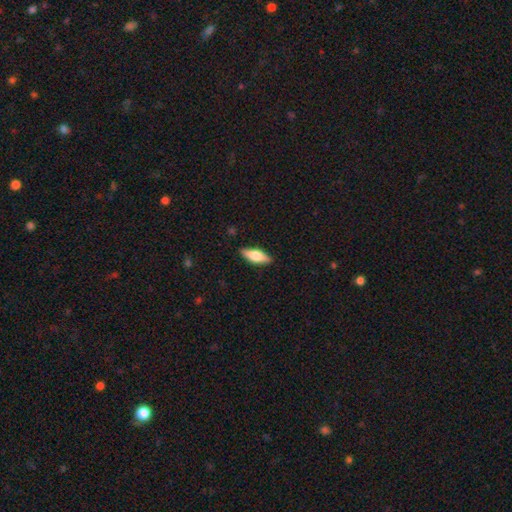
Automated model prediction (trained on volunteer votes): smooth 61%, featured or disk 33%, star or artifact 6%. Down the decision tree: how rounded — in between (63%); merging — none (88%).